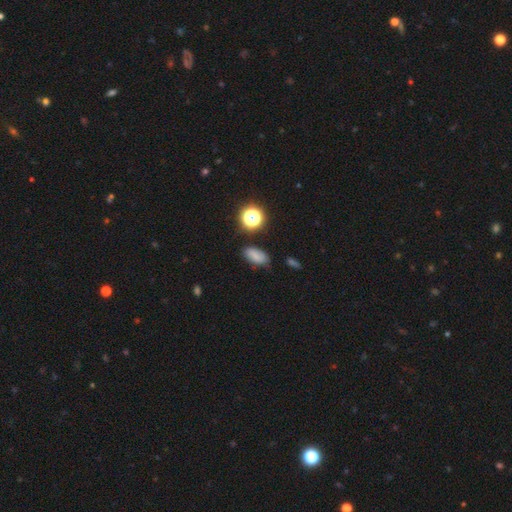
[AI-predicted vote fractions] Smooth or featured?
  - smooth: 71% *
  - star or artifact: 16%
  - featured or disk: 13%
How rounded?
  - in between: 85% *
  - round: 11%
  - cigar-shaped: 4%
Merging?
  - none: 73% *
  - minor disturbance: 20%
  - major disturbance: 5%
  - merger: 3%